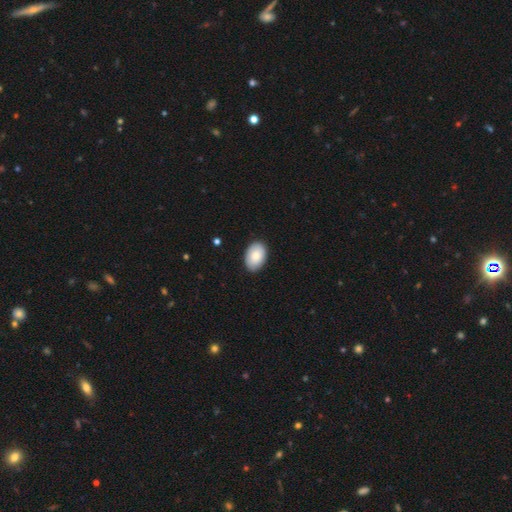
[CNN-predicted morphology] Smooth or featured? smooth (84%)
How rounded? in between (89%)
Merging? none (88%)